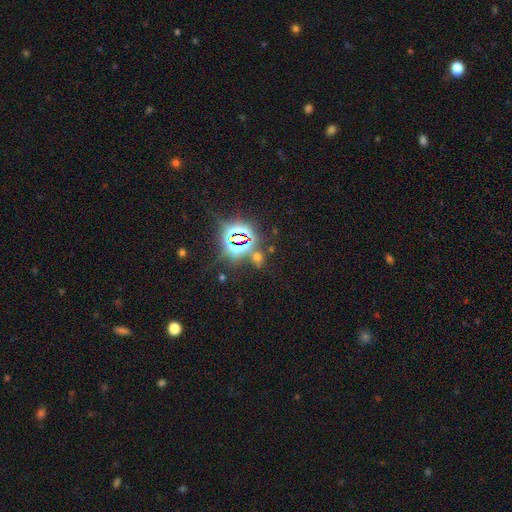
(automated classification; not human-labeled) Smooth or featured? star or artifact (81%)